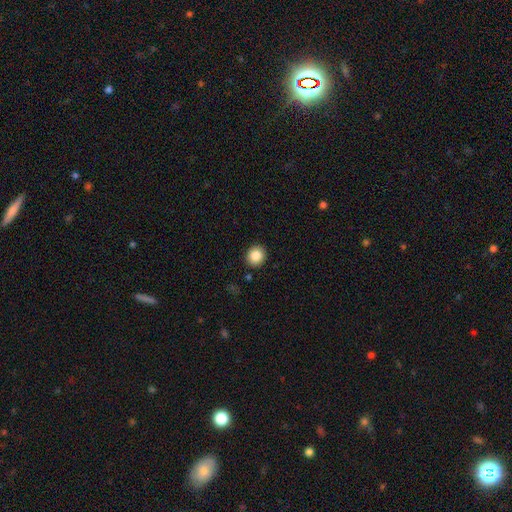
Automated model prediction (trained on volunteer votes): smooth-or-featured: smooth: 85% | star or artifact: 9% | featured or disk: 6%
  how-rounded: round: 83% | in between: 16% | cigar-shaped: 1%
  merging: none: 91% | minor disturbance: 6% | major disturbance: 2% | merger: 2%